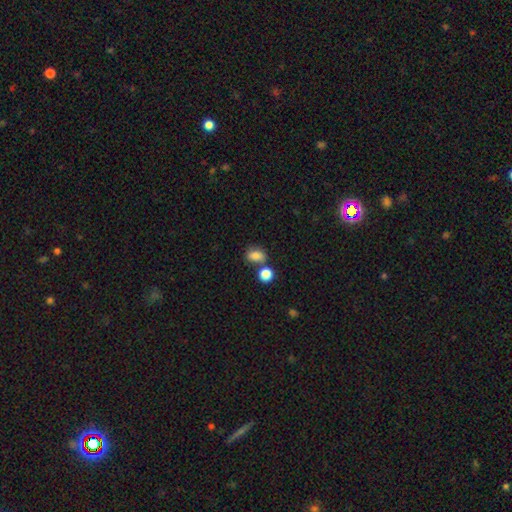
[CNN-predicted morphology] smooth-or-featured: smooth: 81% | star or artifact: 12% | featured or disk: 7%
  how-rounded: in between: 68% | round: 30% | cigar-shaped: 2%
  merging: none: 58% | merger: 23% | minor disturbance: 14% | major disturbance: 5%